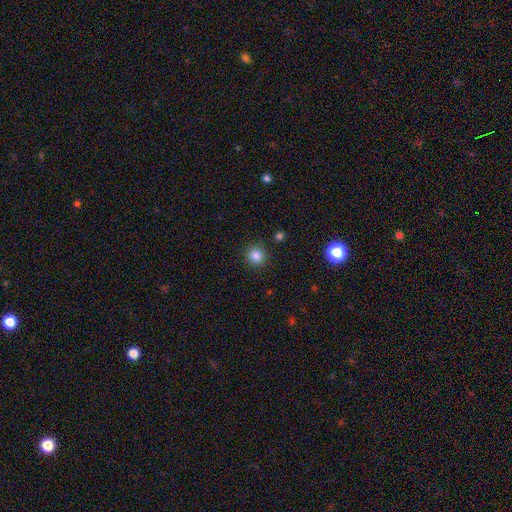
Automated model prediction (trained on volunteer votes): Q: Smooth or featured?
A: smooth (84%); runner-up: star or artifact (12%)
Q: How rounded?
A: round (91%); runner-up: in between (8%)
Q: Merging?
A: none (90%); runner-up: minor disturbance (7%)